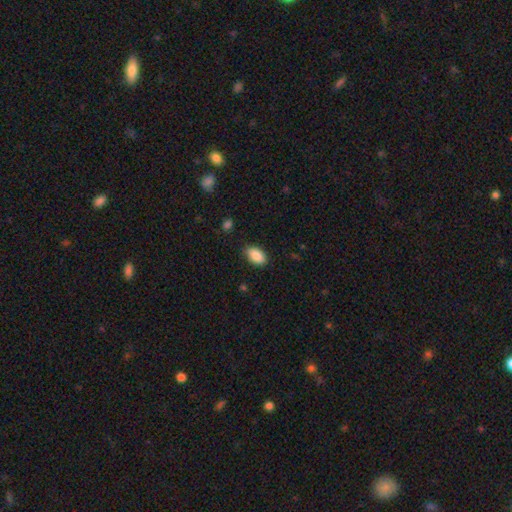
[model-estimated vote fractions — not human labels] This is clearly a smooth galaxy (88%). How rounded: clearly in between (93%). Merging: clearly none (85%).